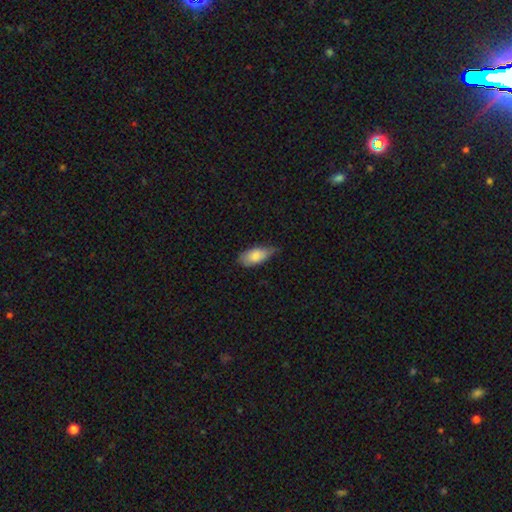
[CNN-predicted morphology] Q: Smooth or featured?
A: smooth (83%); runner-up: featured or disk (11%)
Q: How rounded?
A: in between (89%); runner-up: cigar-shaped (8%)
Q: Merging?
A: none (47%); runner-up: minor disturbance (44%)